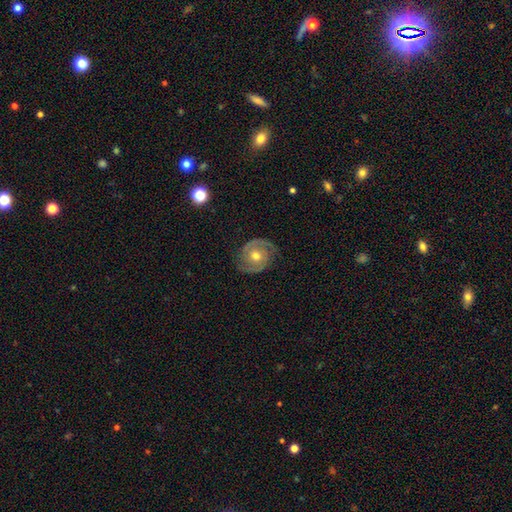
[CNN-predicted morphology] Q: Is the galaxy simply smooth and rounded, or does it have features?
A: featured or disk — 88%.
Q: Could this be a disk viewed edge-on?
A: no — 98%.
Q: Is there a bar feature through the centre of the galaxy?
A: no — 68%.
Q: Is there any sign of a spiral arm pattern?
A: yes — 97%.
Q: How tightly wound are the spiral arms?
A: tight — 52%.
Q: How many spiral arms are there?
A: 2 — 92%.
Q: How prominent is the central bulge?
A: moderate — 77%.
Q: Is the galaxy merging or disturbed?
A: none — 83%.